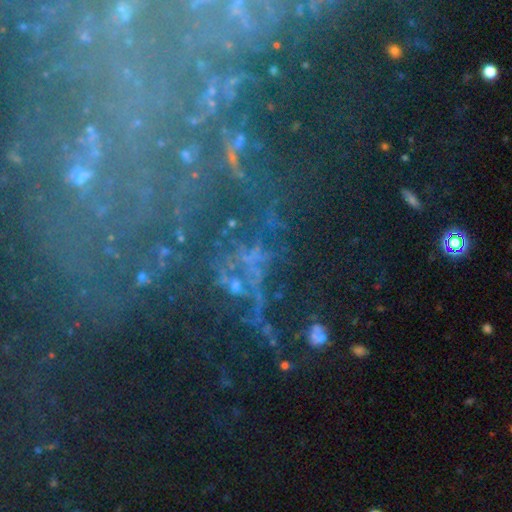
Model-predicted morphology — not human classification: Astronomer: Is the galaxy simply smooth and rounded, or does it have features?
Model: star or artifact — 54% (runner-up: featured or disk, 31%).